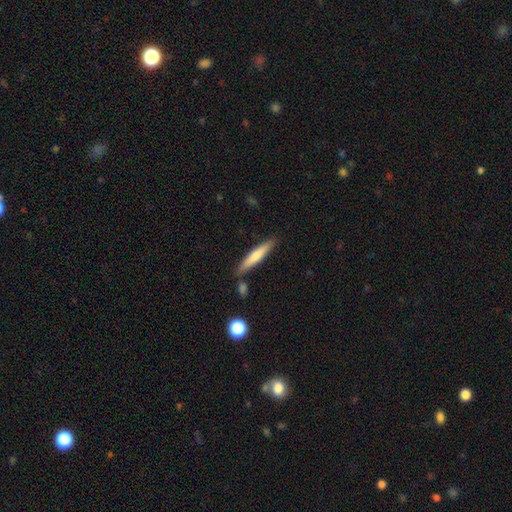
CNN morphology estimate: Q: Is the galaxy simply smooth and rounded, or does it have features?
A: smooth — 67%.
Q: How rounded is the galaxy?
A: cigar-shaped — 90%.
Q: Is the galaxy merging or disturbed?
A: none — 80%.